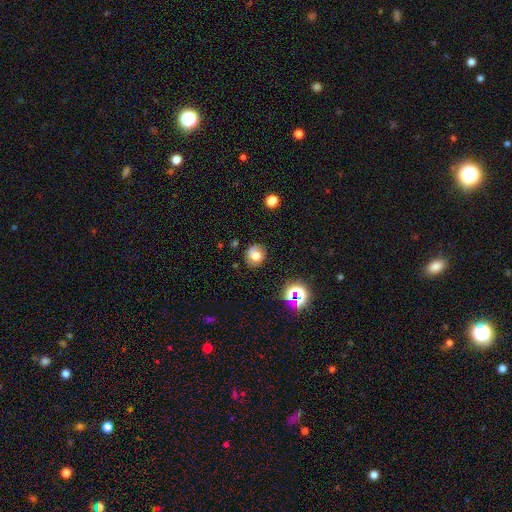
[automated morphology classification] Overall: smooth (69%). How rounded: round (77%). Merging: none (79%).